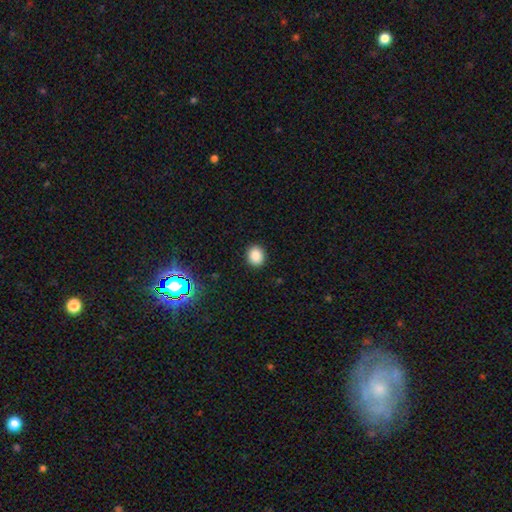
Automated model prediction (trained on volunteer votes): smooth_or_featured: smooth (p=0.86) [alt: star or artifact p=0.11]
how_rounded: round (p=0.65) [alt: in between p=0.34]
merging: none (p=0.90) [alt: minor disturbance p=0.07]